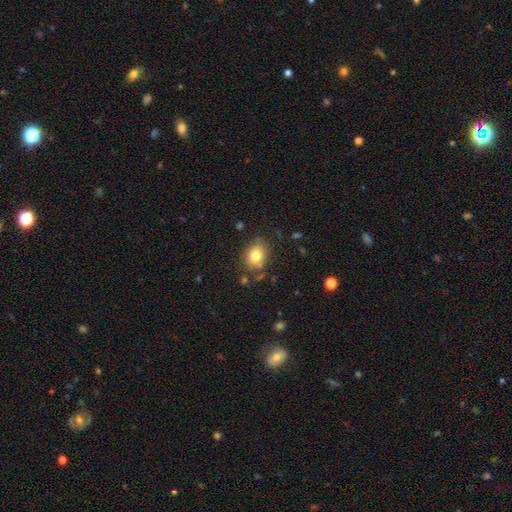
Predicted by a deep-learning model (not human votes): A smooth galaxy with no disk features (79%) that is round (50%).

Vote fractions:
- Smooth or featured? smooth: 79% / featured or disk: 10% / star or artifact: 10%
- How rounded? round: 50% / in between: 49% / cigar-shaped: 1%
- Merging? none: 76% / minor disturbance: 15% / merger: 5% / major disturbance: 4%